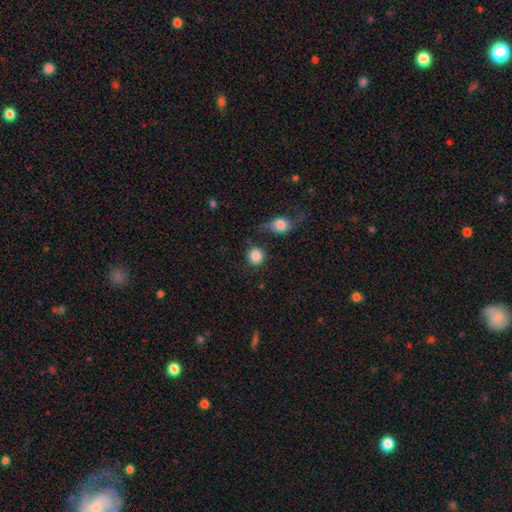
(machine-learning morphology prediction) smooth-or-featured: smooth: 86% | star or artifact: 8% | featured or disk: 7%
  how-rounded: round: 91% | in between: 8% | cigar-shaped: 1%
  merging: none: 73% | merger: 11% | minor disturbance: 10% | major disturbance: 6%